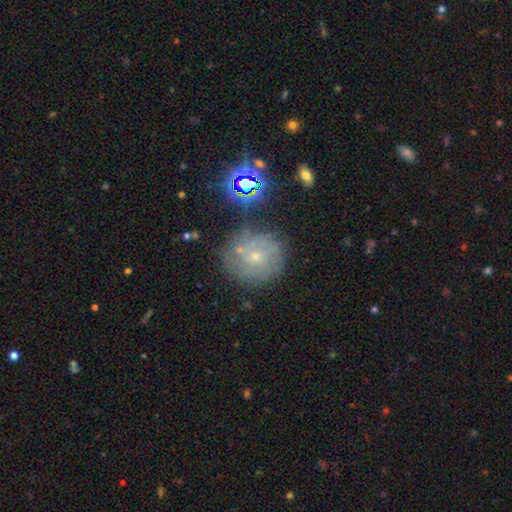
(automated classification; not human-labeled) A featured or disk galaxy (49%).

Vote fractions:
- Smooth or featured? featured or disk: 49% / smooth: 33% / star or artifact: 18%
- Merging? none: 69% / minor disturbance: 17% / merger: 7% / major disturbance: 6%